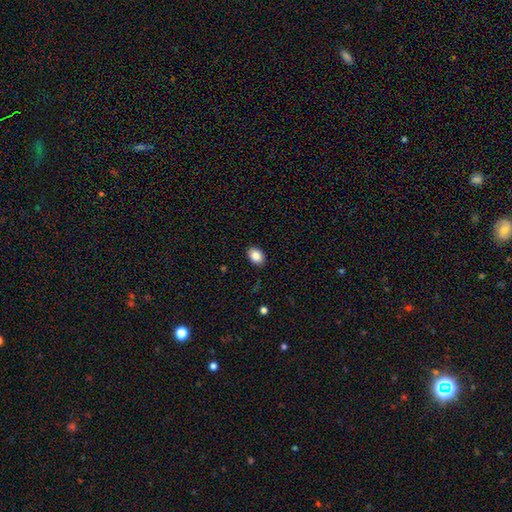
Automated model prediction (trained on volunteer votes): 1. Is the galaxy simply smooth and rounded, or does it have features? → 87% smooth, 8% star or artifact, 5% featured or disk.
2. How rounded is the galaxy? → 76% in between, 23% round, 1% cigar-shaped.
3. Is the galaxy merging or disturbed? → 88% none, 9% minor disturbance, 2% major disturbance, 1% merger.